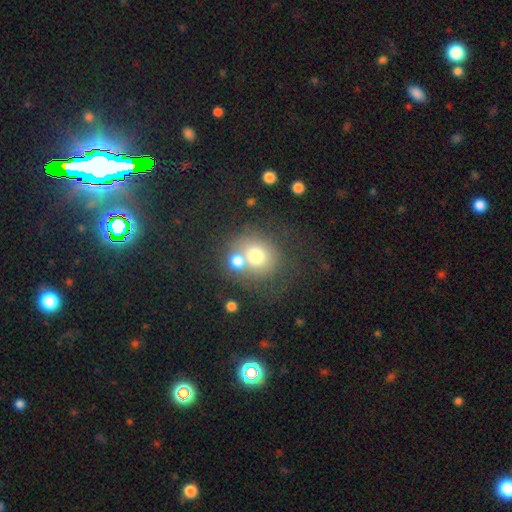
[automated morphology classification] This is likely a smooth galaxy (68%). How rounded: clearly round (83%). Merging: possibly none (49%).